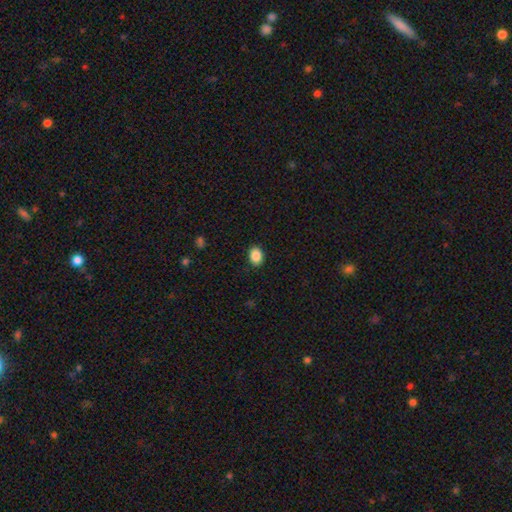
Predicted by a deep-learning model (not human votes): Smooth or featured: smooth — 88% (star or artifact — 8%)
How rounded: in between — 62% (round — 37%)
Merging: none — 90% (minor disturbance — 7%)